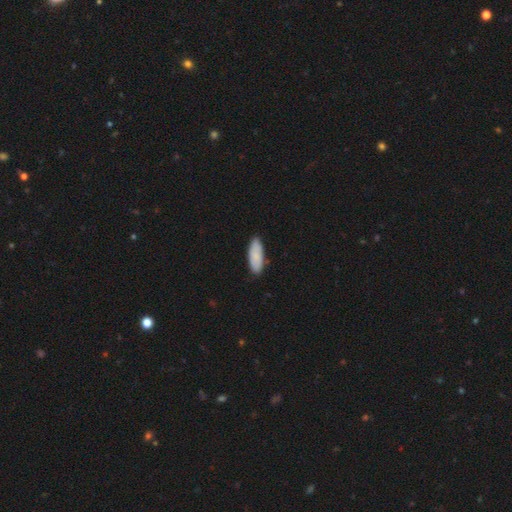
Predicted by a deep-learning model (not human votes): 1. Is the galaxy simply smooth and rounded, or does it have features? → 83% smooth, 11% featured or disk, 6% star or artifact.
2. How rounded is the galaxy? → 76% in between, 23% cigar-shaped, 2% round.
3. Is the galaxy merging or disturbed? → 83% none, 13% minor disturbance, 2% major disturbance, 1% merger.